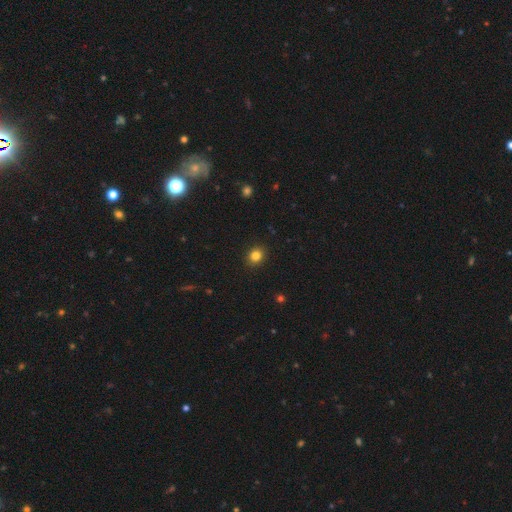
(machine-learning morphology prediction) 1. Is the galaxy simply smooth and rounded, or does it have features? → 84% smooth, 12% star or artifact, 5% featured or disk.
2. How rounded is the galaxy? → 68% round, 31% in between, 1% cigar-shaped.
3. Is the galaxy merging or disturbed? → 91% none, 7% minor disturbance, 2% major disturbance, 1% merger.